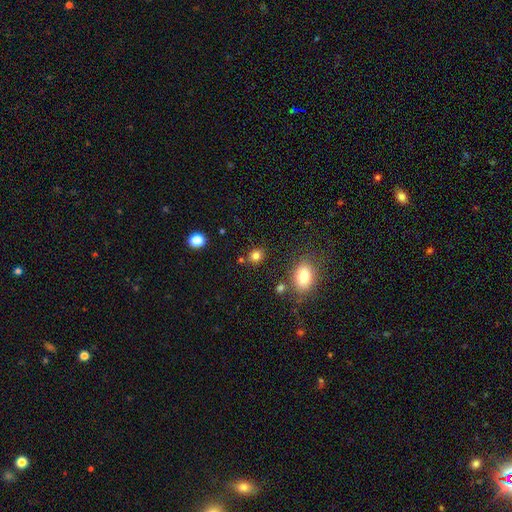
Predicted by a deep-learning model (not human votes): smooth_or_featured: smooth (p=0.82) [alt: star or artifact p=0.13]
how_rounded: round (p=0.61) [alt: in between p=0.38]
merging: none (p=0.81) [alt: minor disturbance p=0.11]